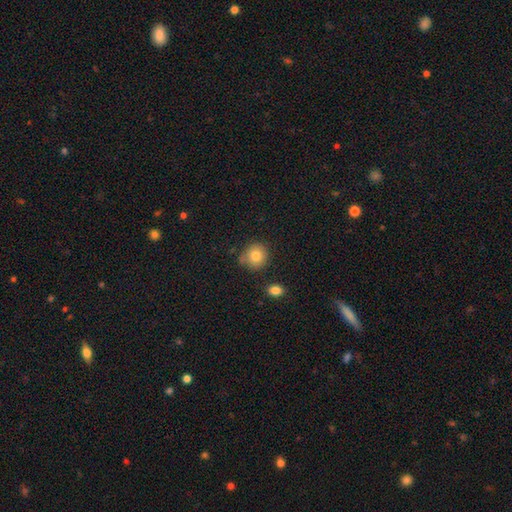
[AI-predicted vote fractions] smooth_or_featured: smooth (p=0.81) [alt: star or artifact p=0.10]
how_rounded: round (p=0.88) [alt: in between p=0.11]
merging: none (p=0.73) [alt: minor disturbance p=0.17]